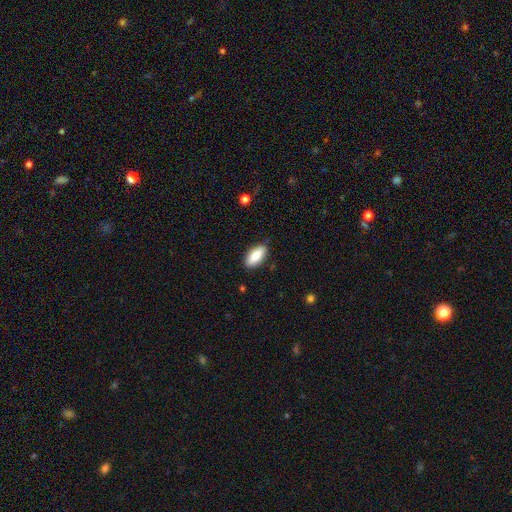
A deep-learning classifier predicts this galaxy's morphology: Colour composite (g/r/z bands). It shows a smooth galaxy with no disk features (84%) that is in between round and cigar-shaped (84%). Merging: none (86%).